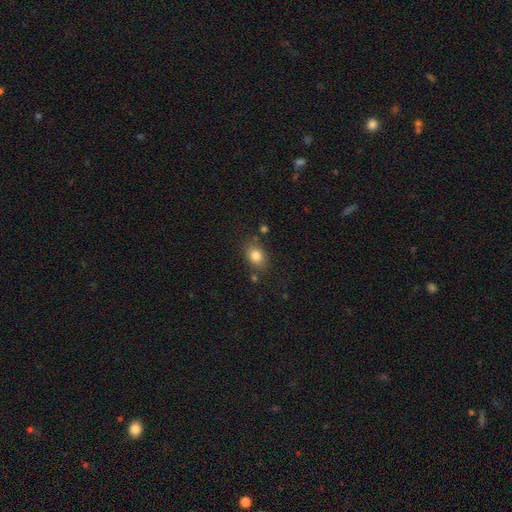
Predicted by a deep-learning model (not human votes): This appears to be a smooth galaxy with no disk features (82%) that is in between round and cigar-shaped (62%). Merging: none (78%).